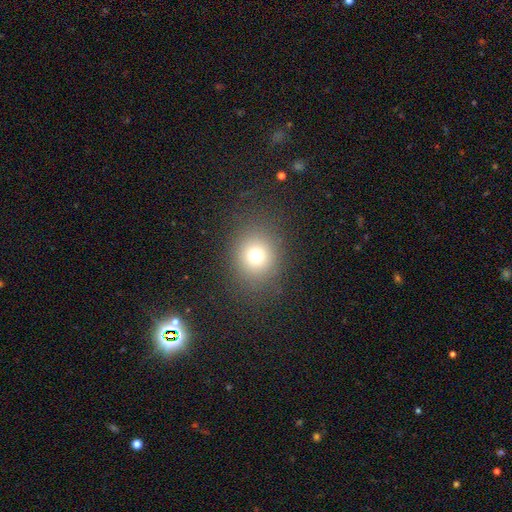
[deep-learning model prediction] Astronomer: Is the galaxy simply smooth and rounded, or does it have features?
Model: smooth — 73%.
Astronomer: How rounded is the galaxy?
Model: round — 71%.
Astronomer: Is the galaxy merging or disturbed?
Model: none — 85%.